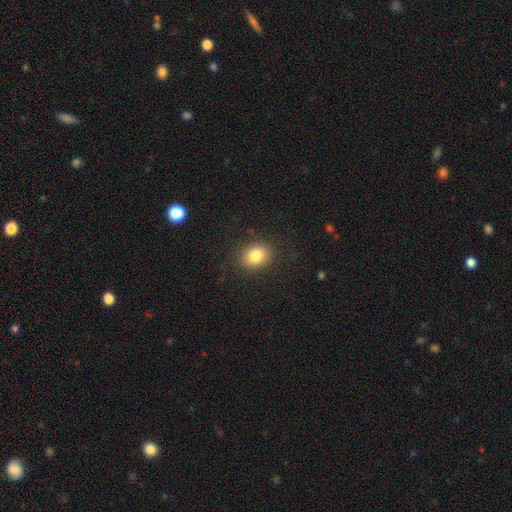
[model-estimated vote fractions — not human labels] Overall: smooth (83%). How rounded: round (56%; in between 43%). Merging: none (87%).